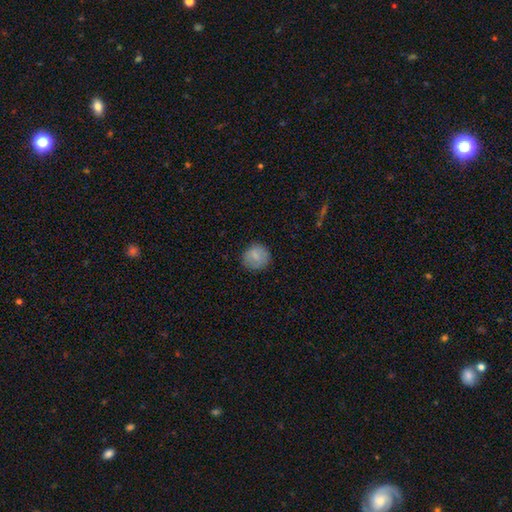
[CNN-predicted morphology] A smooth galaxy with no disk features (83%) that is round (89%).

Vote fractions:
- Smooth or featured? smooth: 83% / featured or disk: 9% / star or artifact: 8%
- How rounded? round: 89% / in between: 10% / cigar-shaped: 1%
- Merging? none: 85% / minor disturbance: 11% / major disturbance: 3% / merger: 1%